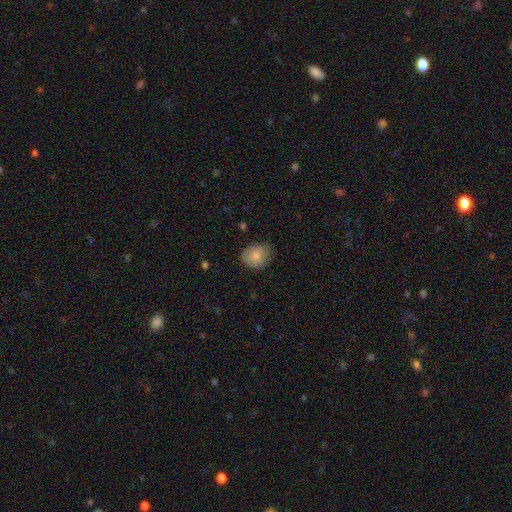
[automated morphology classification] Overall: smooth (82%). How rounded: round (59%; in between 40%). Merging: none (69%).